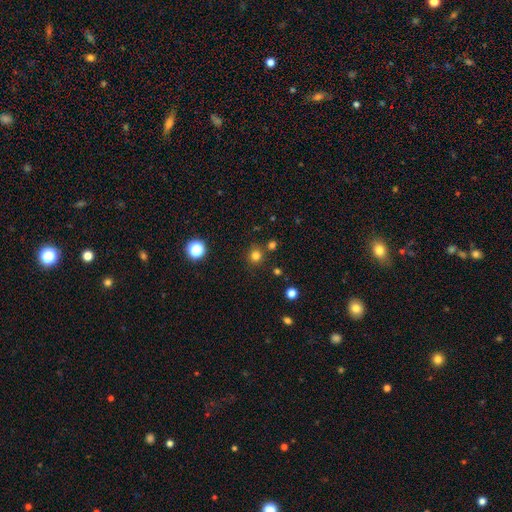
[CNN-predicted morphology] A smooth galaxy with no disk features (78%) that is round (91%).

Vote fractions:
- Smooth or featured? smooth: 78% / star or artifact: 17% / featured or disk: 5%
- How rounded? round: 91% / in between: 8% / cigar-shaped: 1%
- Merging? none: 83% / minor disturbance: 8% / merger: 7% / major disturbance: 3%